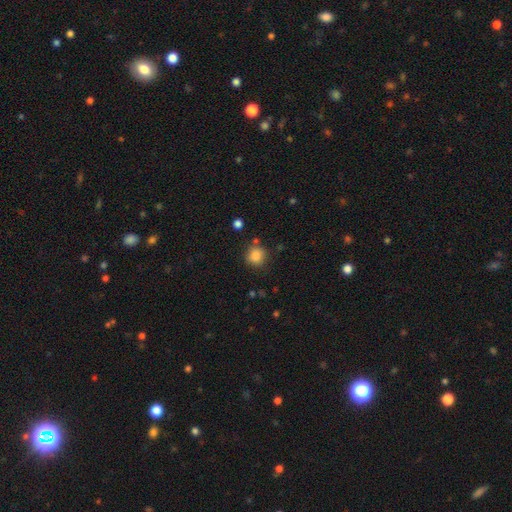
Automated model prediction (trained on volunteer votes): Smooth or featured? smooth (84%)
How rounded? round (87%)
Merging? none (79%)